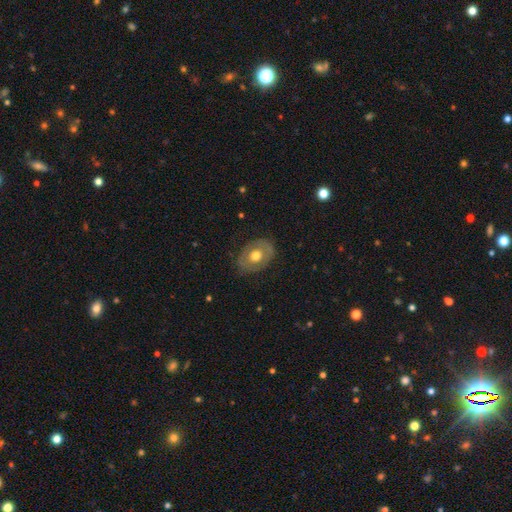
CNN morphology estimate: Smooth or featured? Predicted: smooth (p=0.52). How rounded? Predicted: in between (p=0.73). Merging? Predicted: none (p=0.78).